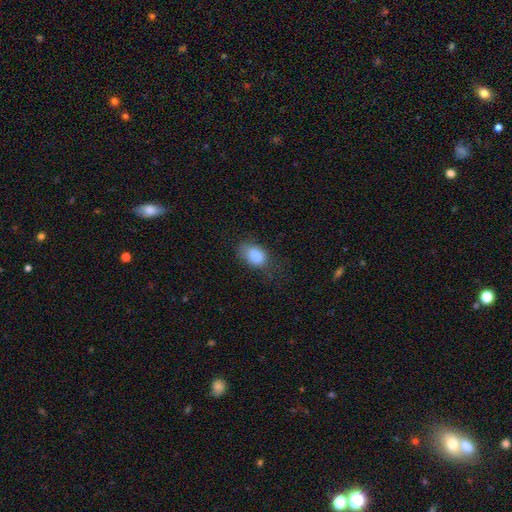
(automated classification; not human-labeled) A smooth galaxy with no disk features (85%) that is in between round and cigar-shaped (79%). Merging: none (55%).